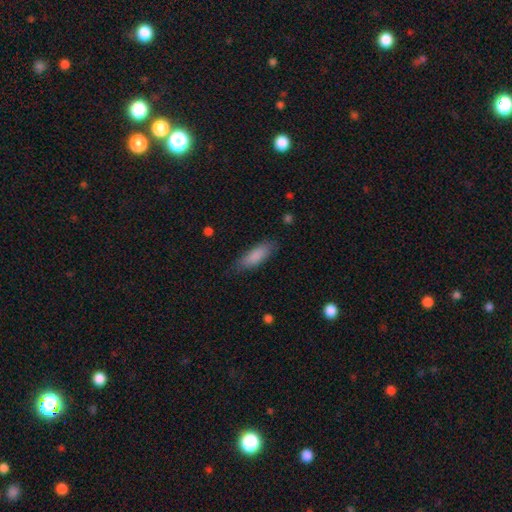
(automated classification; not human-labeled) Smooth or featured? Predicted: smooth (p=0.86). How rounded? Predicted: in between (p=0.56). Merging? Predicted: none (p=0.80).